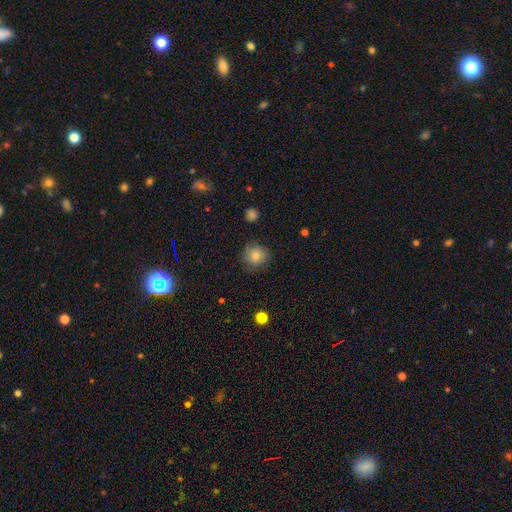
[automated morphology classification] smooth 78%, featured or disk 12%, star or artifact 10%. Down the decision tree: how rounded — round (90%); merging — none (80%).